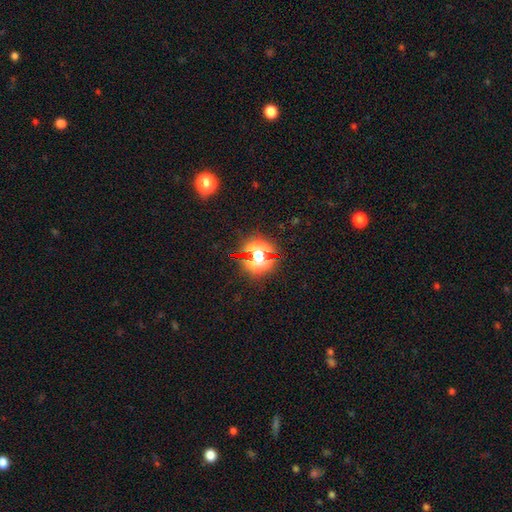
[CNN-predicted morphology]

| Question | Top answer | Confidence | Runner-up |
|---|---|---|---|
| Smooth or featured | star or artifact | 49% | smooth (40%) |